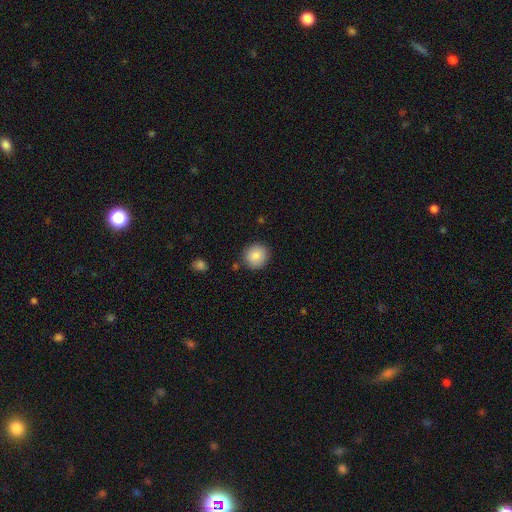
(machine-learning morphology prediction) Smooth or featured? smooth (86%)
How rounded? round (91%)
Merging? none (88%)